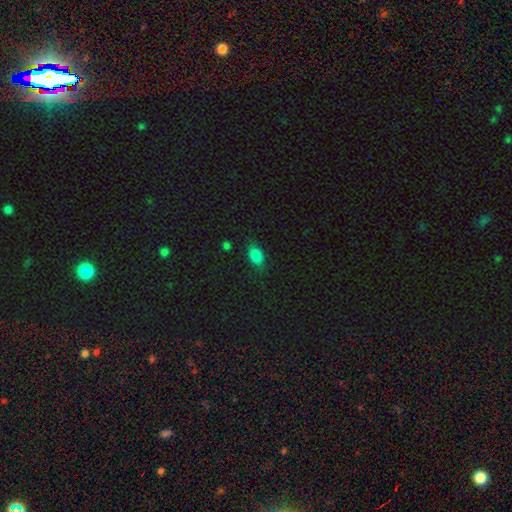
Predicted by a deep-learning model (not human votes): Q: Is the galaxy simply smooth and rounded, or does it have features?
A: smooth — 84%.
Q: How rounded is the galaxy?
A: in between — 87%.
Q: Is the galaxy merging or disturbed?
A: none — 79%.